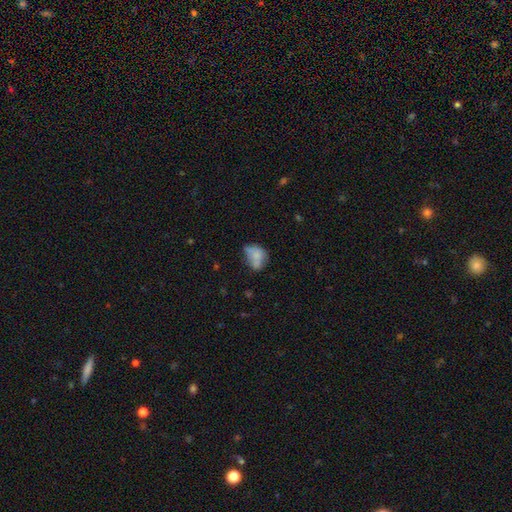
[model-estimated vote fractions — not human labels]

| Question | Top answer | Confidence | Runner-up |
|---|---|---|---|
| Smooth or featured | smooth | 65% | featured or disk (24%) |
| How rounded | in between | 66% | round (33%) |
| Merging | none | 33% | minor disturbance (32%) |